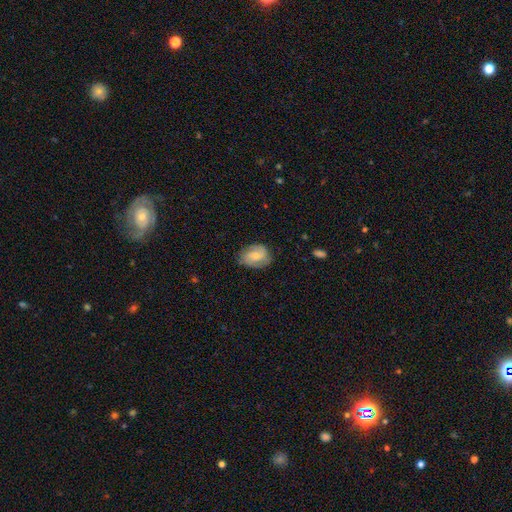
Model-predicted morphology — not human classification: type=smooth (52%); roundness=in between (62%); merging=none (69%).